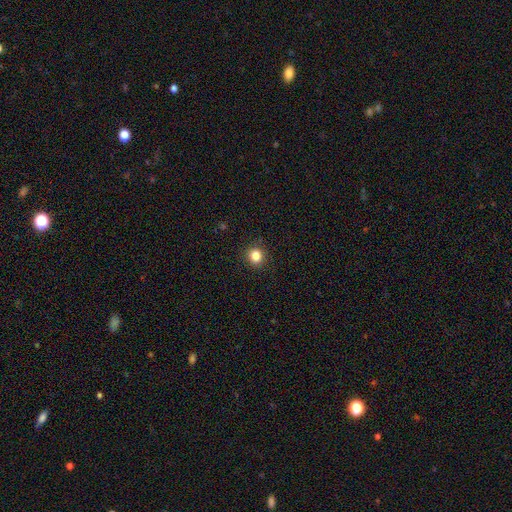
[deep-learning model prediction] Smooth or featured: smooth — 83% (star or artifact — 12%)
How rounded: round — 87% (in between — 12%)
Merging: none — 91% (minor disturbance — 6%)